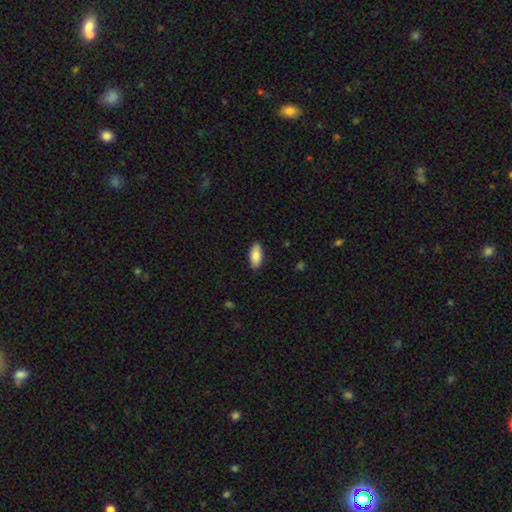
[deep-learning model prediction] smooth-or-featured: smooth: 86% | featured or disk: 8% | star or artifact: 6%
  how-rounded: in between: 85% | cigar-shaped: 13% | round: 2%
  merging: none: 88% | minor disturbance: 9% | major disturbance: 2% | merger: 1%